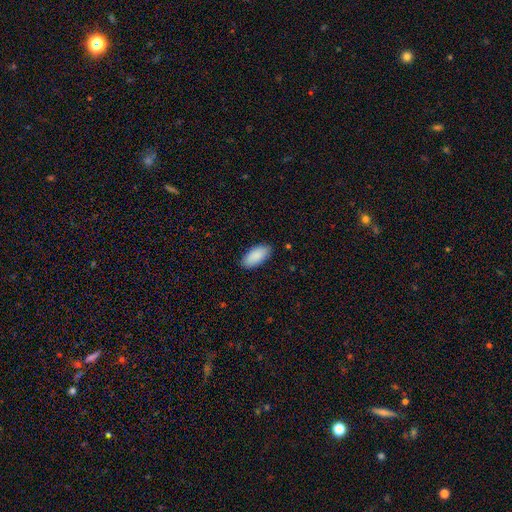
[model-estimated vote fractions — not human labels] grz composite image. It shows a smooth galaxy with no disk features (90%) that is in between round and cigar-shaped (92%). Merging: none (87%).